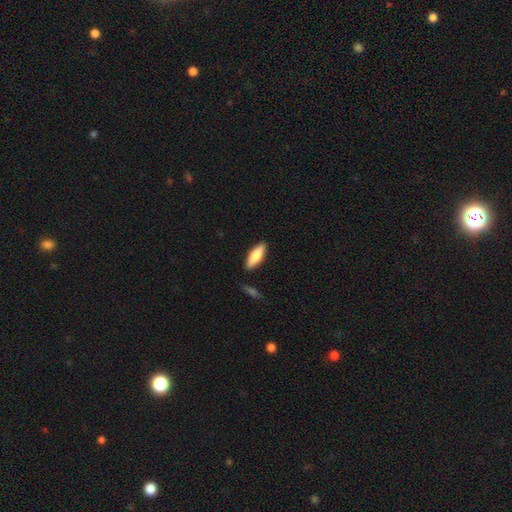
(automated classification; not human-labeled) Overall: smooth (72%). How rounded: in between (50%; cigar-shaped 48%). Merging: none (87%).